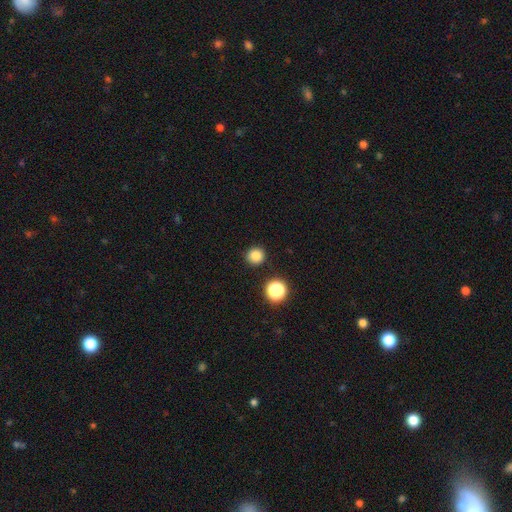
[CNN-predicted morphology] A smooth galaxy with no disk features (83%) that is round (93%). Merging: none (90%).